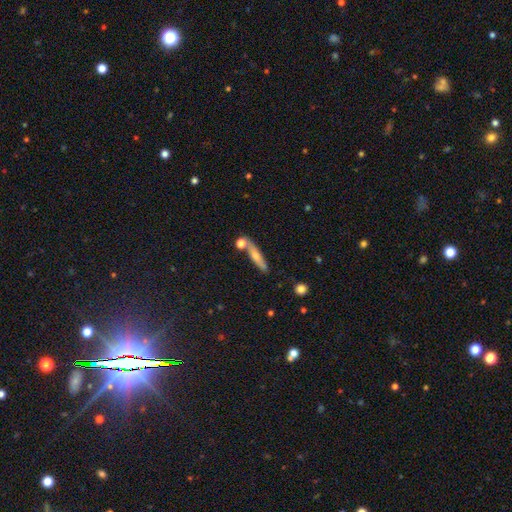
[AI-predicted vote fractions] Smooth or featured? Predicted: smooth (p=0.57). How rounded? Predicted: cigar-shaped (p=0.84). Merging? Predicted: none (p=0.70).